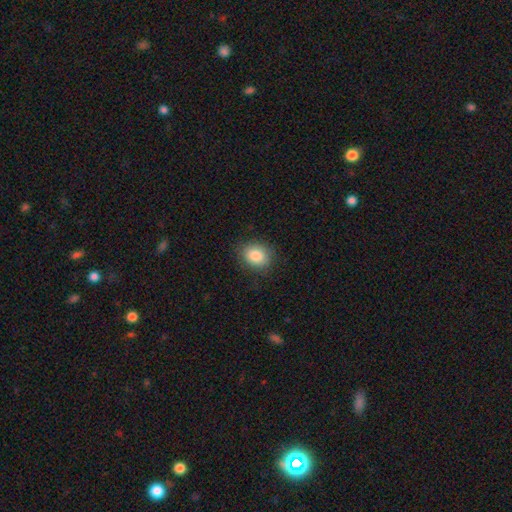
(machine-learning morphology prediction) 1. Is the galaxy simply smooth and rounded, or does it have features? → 85% smooth, 9% star or artifact, 6% featured or disk.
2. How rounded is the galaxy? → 54% round, 45% in between, 1% cigar-shaped.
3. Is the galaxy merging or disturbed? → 84% none, 12% minor disturbance, 3% major disturbance, 1% merger.